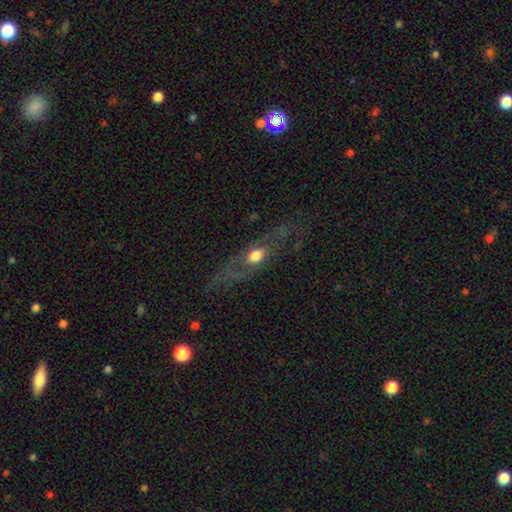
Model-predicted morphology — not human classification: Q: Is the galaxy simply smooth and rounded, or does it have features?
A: featured or disk — 59%.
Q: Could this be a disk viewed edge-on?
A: no — 57%.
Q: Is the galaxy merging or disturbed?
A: none — 67%.